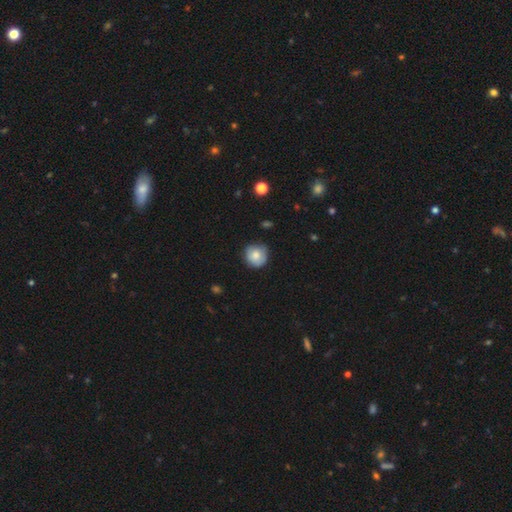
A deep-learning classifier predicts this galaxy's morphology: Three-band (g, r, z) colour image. It shows a smooth galaxy with no disk features (78%) that is round (93%). Merging: none (79%).